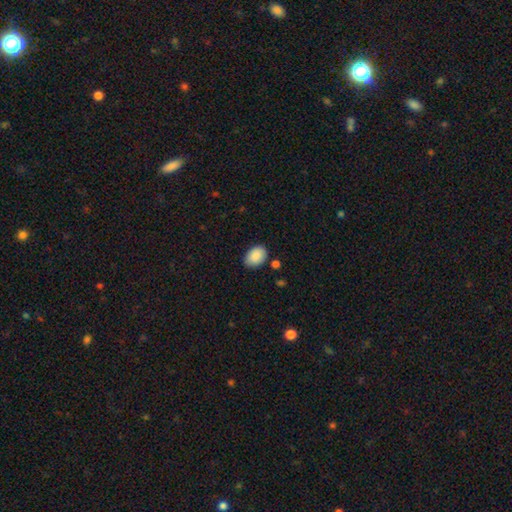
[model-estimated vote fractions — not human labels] Q: Smooth or featured?
A: smooth (89%); runner-up: star or artifact (7%)
Q: How rounded?
A: in between (83%); runner-up: round (16%)
Q: Merging?
A: none (81%); runner-up: minor disturbance (14%)